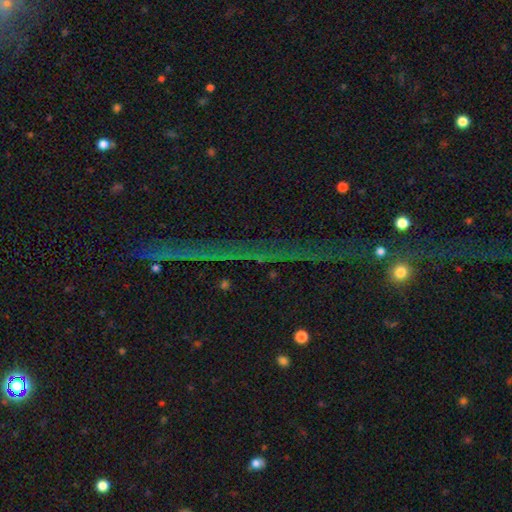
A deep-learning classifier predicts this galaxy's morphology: type=star or artifact (80%).